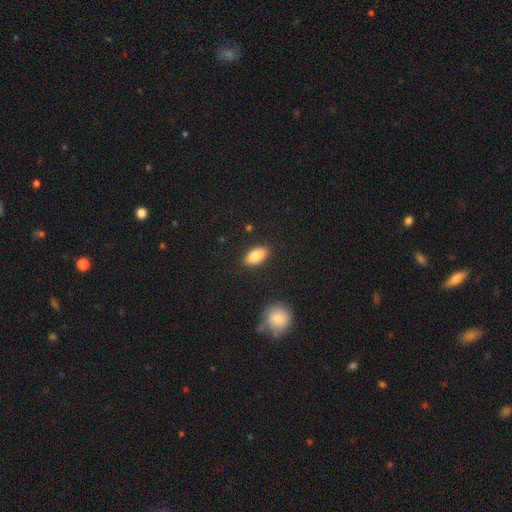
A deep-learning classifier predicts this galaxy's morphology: smooth-or-featured: smooth: 83% | featured or disk: 10% | star or artifact: 7%
  how-rounded: in between: 91% | cigar-shaped: 6% | round: 4%
  merging: none: 88% | minor disturbance: 8% | major disturbance: 2% | merger: 2%